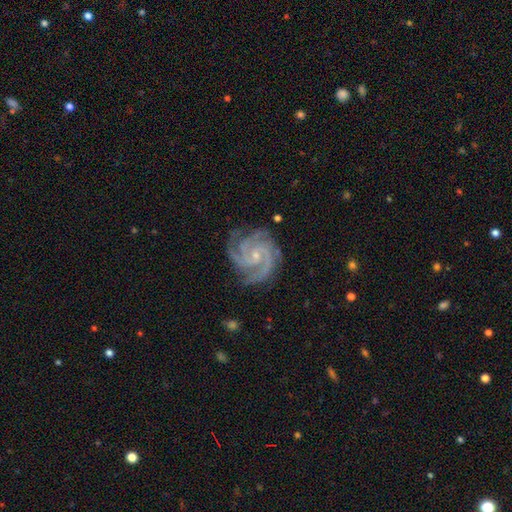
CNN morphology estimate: Smooth or featured: featured or disk — 93% (star or artifact — 4%)
Edge-on disk: no — 98% (yes — 2%)
Bar: no — 66% (weak — 26%)
Spiral arms: yes — 99% (no — 1%)
Spiral winding: tight — 64% (medium — 33%)
Spiral arm count: 3 — 49% (4 — 27%)
Bulge size: small — 76% (moderate — 20%)
Merging: none — 79% (minor disturbance — 16%)